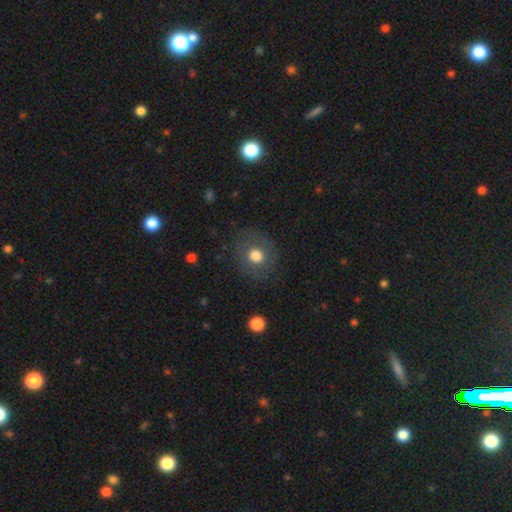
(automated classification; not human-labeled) Morphology: type=smooth (75%); roundness=round (87%); merging=none (83%).